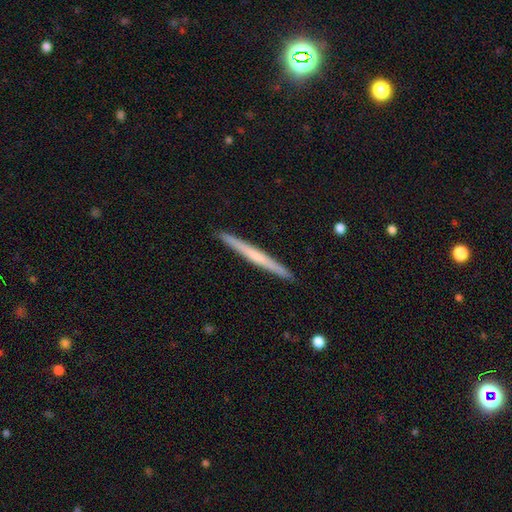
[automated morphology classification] Q: Smooth or featured?
A: featured or disk (51%); runner-up: smooth (44%)
Q: Edge-on disk?
A: yes (98%); runner-up: no (2%)
Q: Merging?
A: none (93%); runner-up: minor disturbance (5%)